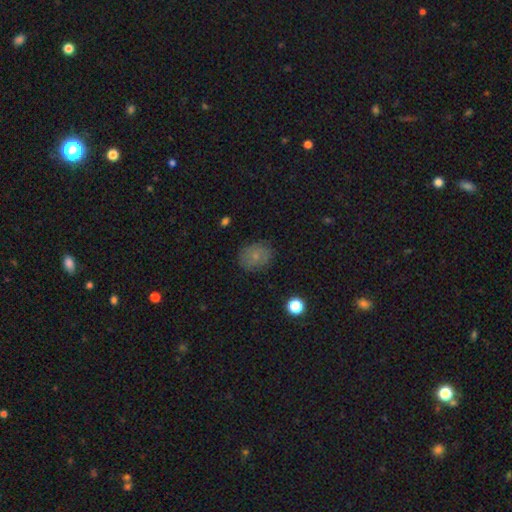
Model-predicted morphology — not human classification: smooth 72%, featured or disk 16%, star or artifact 12%. Down the decision tree: how rounded — round (53%); merging — none (81%).